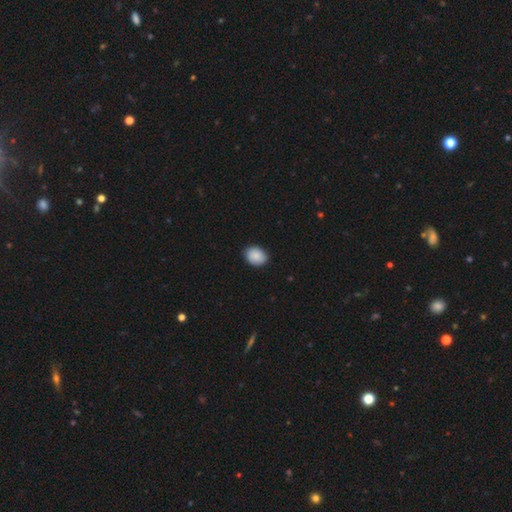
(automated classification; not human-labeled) This is clearly a smooth galaxy (88%). How rounded: possibly in between (54%). Merging: clearly none (87%).